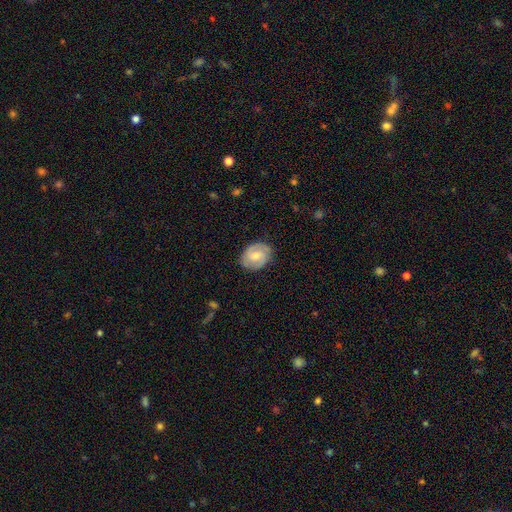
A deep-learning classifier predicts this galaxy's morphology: smooth_or_featured: featured or disk (p=0.70) [alt: smooth p=0.24]
disk_edge_on: no (p=0.97) [alt: yes p=0.03]
bar: no (p=0.49) [alt: weak p=0.44]
has_spiral_arms: yes (p=0.93) [alt: no p=0.07]
spiral_winding: medium (p=0.45) [alt: tight p=0.44]
spiral_arm_count: 2 (p=0.85) [alt: can't tell p=0.08]
bulge_size: moderate (p=0.56) [alt: small p=0.37]
merging: none (p=0.80) [alt: minor disturbance p=0.16]